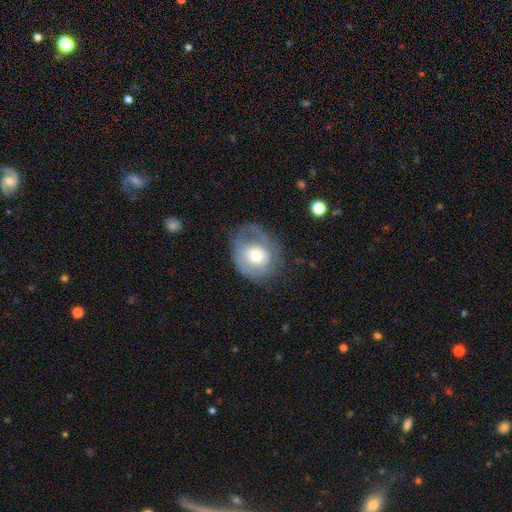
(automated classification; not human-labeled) smooth_or_featured: featured or disk (p=0.48) [alt: smooth p=0.44]
merging: none (p=0.44) [alt: major disturbance p=0.28]